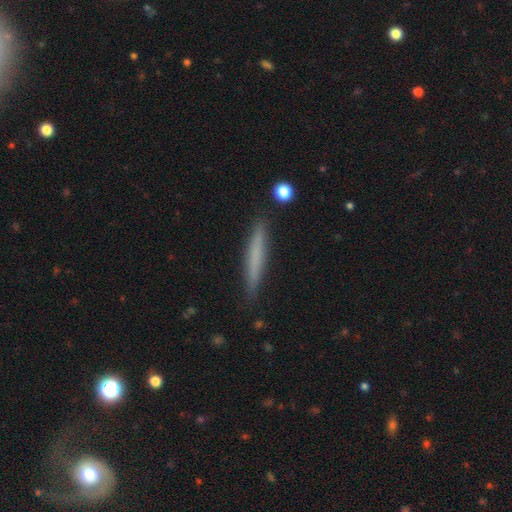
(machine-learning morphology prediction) Smooth or featured?
  - smooth: 64% *
  - featured or disk: 30%
  - star or artifact: 6%
How rounded?
  - cigar-shaped: 96% *
  - in between: 3%
  - round: 1%
Merging?
  - none: 89% *
  - minor disturbance: 8%
  - major disturbance: 2%
  - merger: 2%